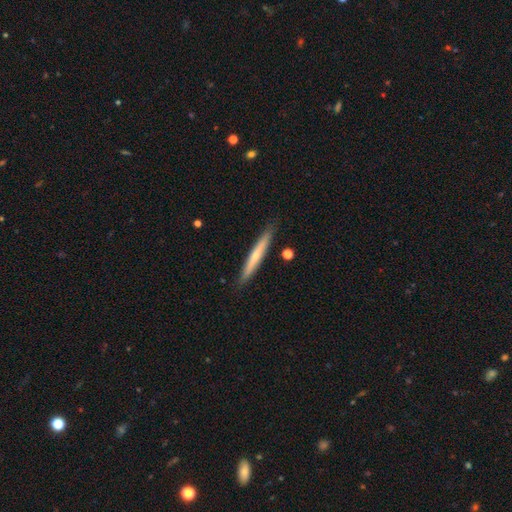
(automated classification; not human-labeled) This is possibly a featured or disk galaxy (48%). Merging: clearly none (89%).